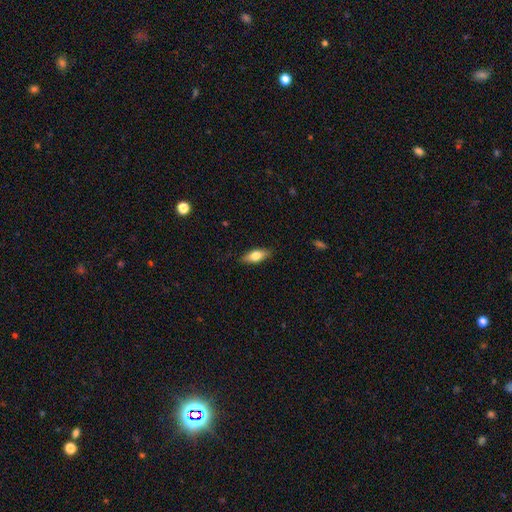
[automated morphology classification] Smooth or featured? Predicted: smooth (p=0.72). How rounded? Predicted: in between (p=0.76). Merging? Predicted: none (p=0.86).